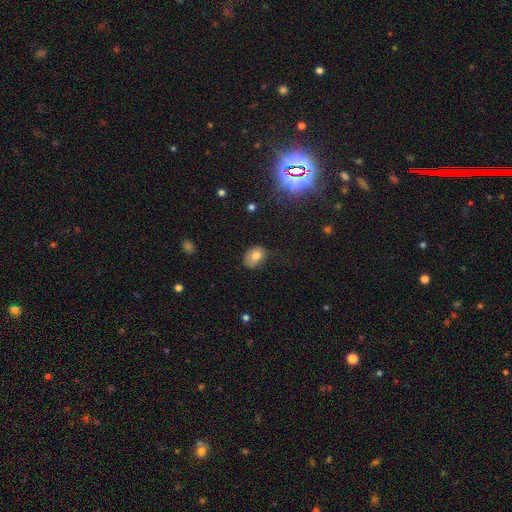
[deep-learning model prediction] This is likely a smooth galaxy (78%). How rounded: likely in between (66%). Merging: possibly none (52%).